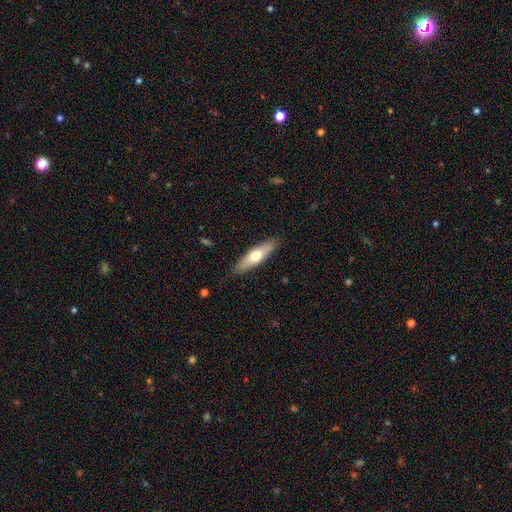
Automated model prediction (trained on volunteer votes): A smooth galaxy with no disk features (58%) that is cigar-shaped (61%). Merging: none (87%).